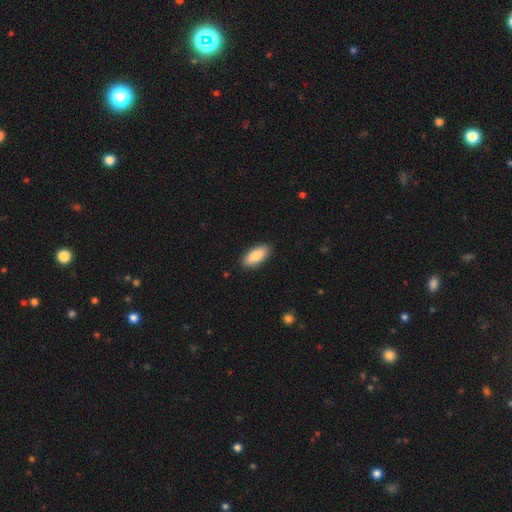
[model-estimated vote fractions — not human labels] Morphology: type=smooth (87%); roundness=in between (87%); merging=none (89%).